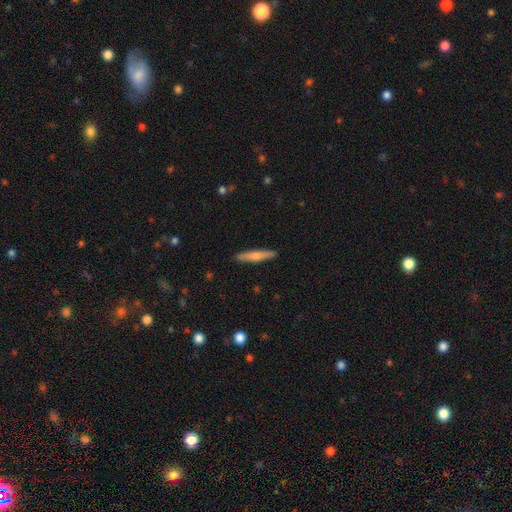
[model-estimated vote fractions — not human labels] Smooth or featured?
  - smooth: 63% *
  - featured or disk: 32%
  - star or artifact: 5%
How rounded?
  - cigar-shaped: 92% *
  - in between: 7%
  - round: 1%
Merging?
  - none: 91% *
  - minor disturbance: 7%
  - major disturbance: 1%
  - merger: 1%